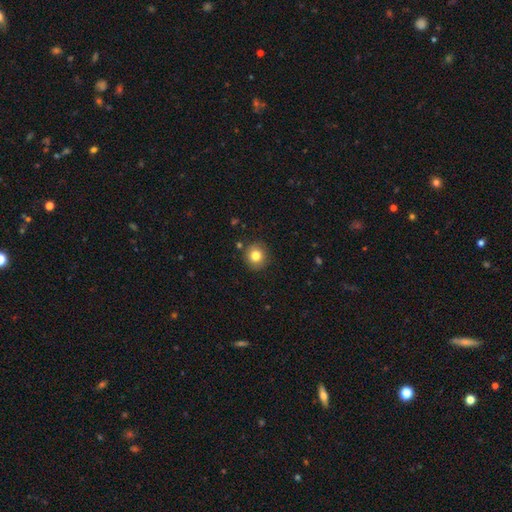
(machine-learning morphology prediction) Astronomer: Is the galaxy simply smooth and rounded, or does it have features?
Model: smooth — 81%.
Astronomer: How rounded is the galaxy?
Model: round — 91%.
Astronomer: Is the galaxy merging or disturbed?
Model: none — 88%.